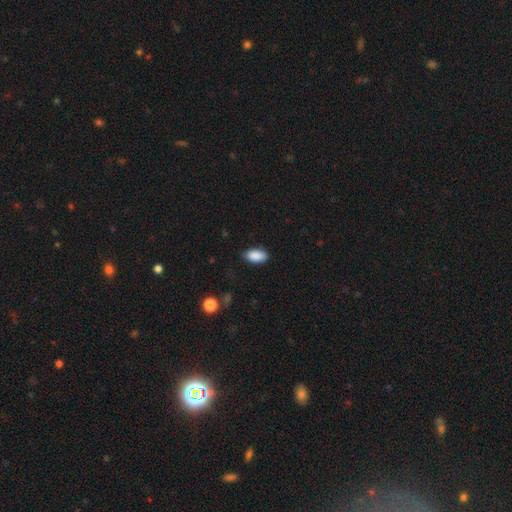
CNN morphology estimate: Smooth or featured: smooth — 89% (star or artifact — 7%)
How rounded: in between — 93% (cigar-shaped — 4%)
Merging: none — 82% (minor disturbance — 14%)